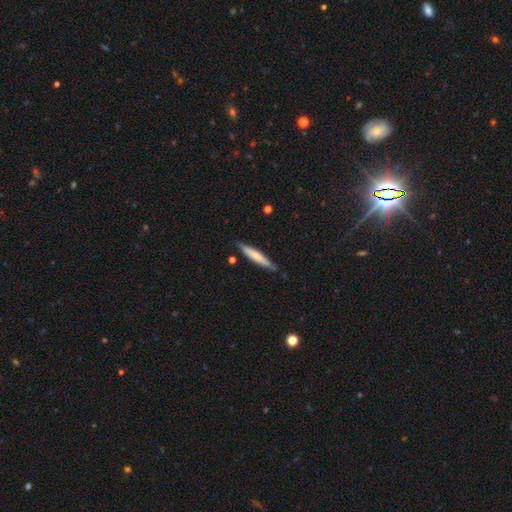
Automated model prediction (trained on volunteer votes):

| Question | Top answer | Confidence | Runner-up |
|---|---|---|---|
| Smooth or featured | smooth | 67% | featured or disk (28%) |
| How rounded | cigar-shaped | 91% | in between (7%) |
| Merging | none | 81% | minor disturbance (14%) |